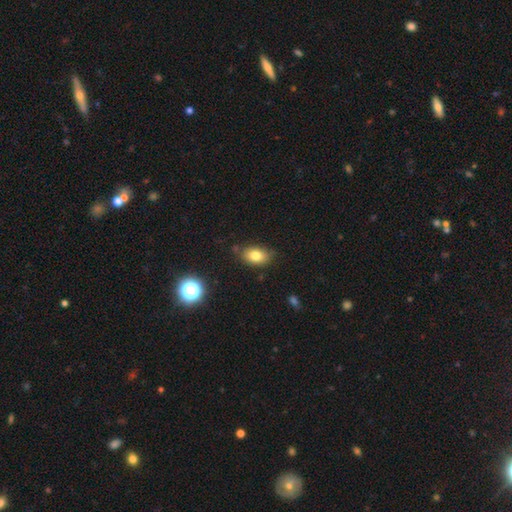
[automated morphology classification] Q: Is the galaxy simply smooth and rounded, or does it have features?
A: smooth — 79%.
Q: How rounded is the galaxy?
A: in between — 84%.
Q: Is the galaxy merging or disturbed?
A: none — 78%.